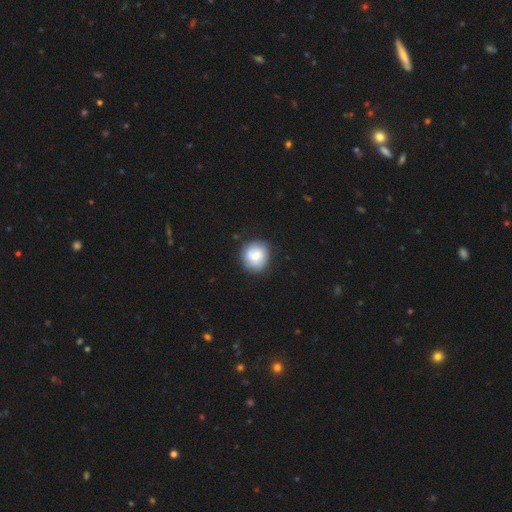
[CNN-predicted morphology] A smooth galaxy with no disk features (62%) that is round (86%). Merging: none (79%).